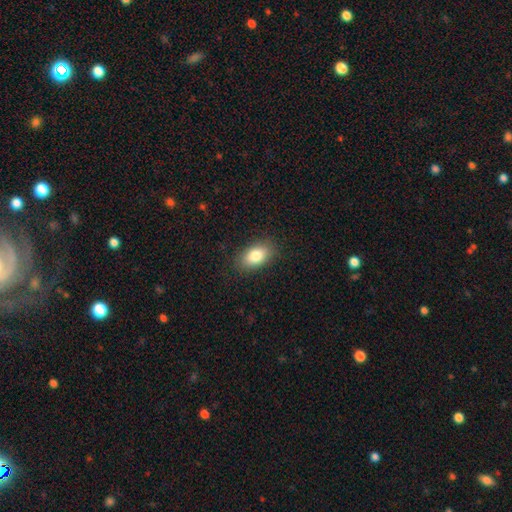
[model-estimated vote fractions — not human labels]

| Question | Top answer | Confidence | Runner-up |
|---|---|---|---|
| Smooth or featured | smooth | 83% | featured or disk (10%) |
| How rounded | in between | 90% | round (7%) |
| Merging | none | 86% | minor disturbance (10%) |